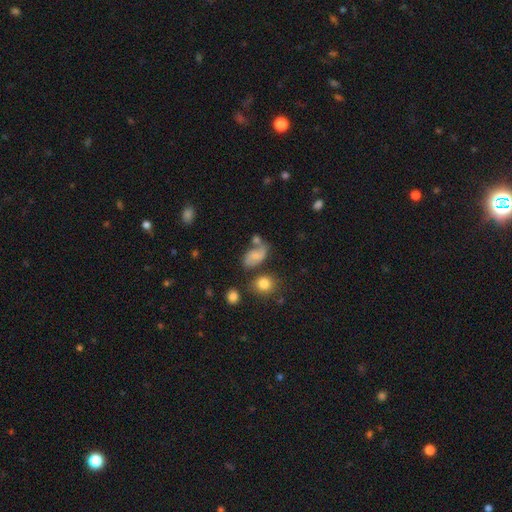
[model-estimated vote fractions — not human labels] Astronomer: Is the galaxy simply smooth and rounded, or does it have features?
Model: featured or disk — 46% (runner-up: smooth, 42%).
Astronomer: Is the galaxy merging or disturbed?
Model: none — 44% (runner-up: minor disturbance, 23%).